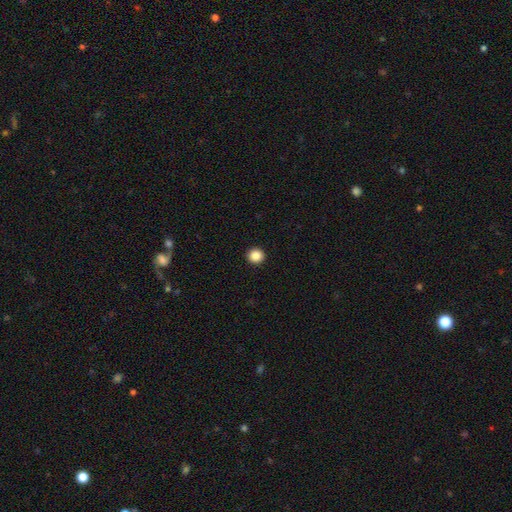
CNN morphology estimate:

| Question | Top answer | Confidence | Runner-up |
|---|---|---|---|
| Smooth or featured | smooth | 87% | star or artifact (10%) |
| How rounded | round | 93% | in between (6%) |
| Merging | none | 94% | minor disturbance (4%) |